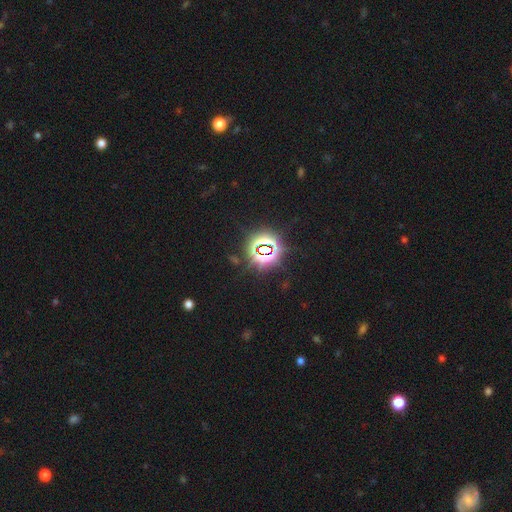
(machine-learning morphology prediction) This is likely a star or artifact rather than a galaxy (78%).